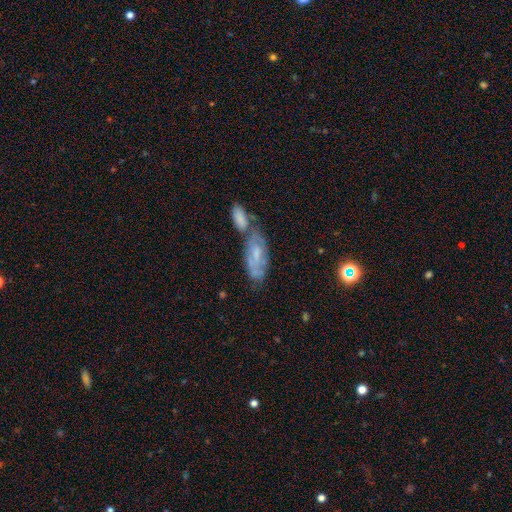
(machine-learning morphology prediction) Smooth or featured? featured or disk (53%)
Edge-on disk? no (85%)
Merging? merger (45%)